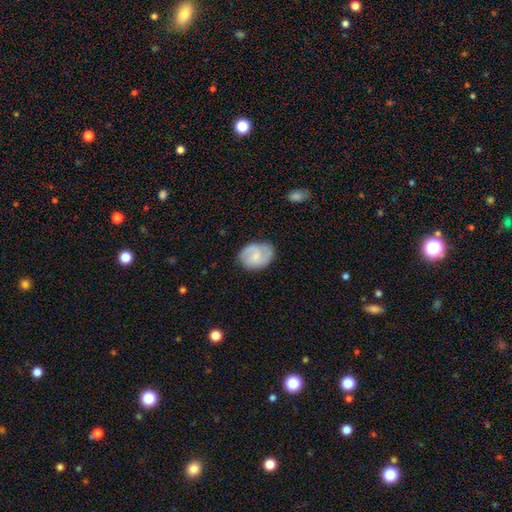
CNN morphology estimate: smooth_or_featured: featured or disk (p=0.54) [alt: smooth p=0.39]
disk_edge_on: no (p=0.97) [alt: yes p=0.03]
bar: no (p=0.48) [alt: weak p=0.45]
has_spiral_arms: yes (p=0.90) [alt: no p=0.10]
bulge_size: small (p=0.52) [alt: moderate p=0.25]
merging: none (p=0.77) [alt: minor disturbance p=0.17]